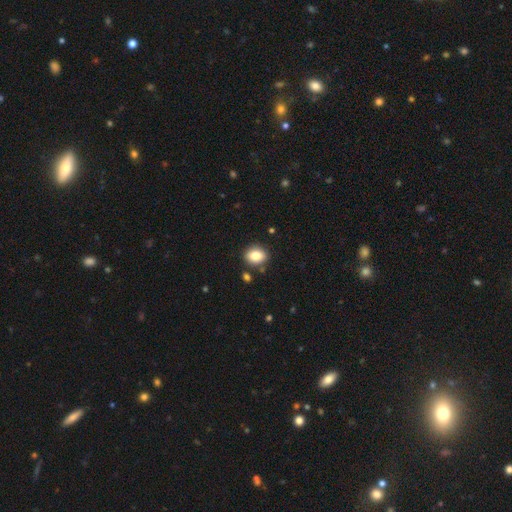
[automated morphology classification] The model was most divided on "how rounded": in between: 51%, round: 48%, cigar-shaped: 1%. More confident: smooth or featured — smooth (83%); merging — none (83%).